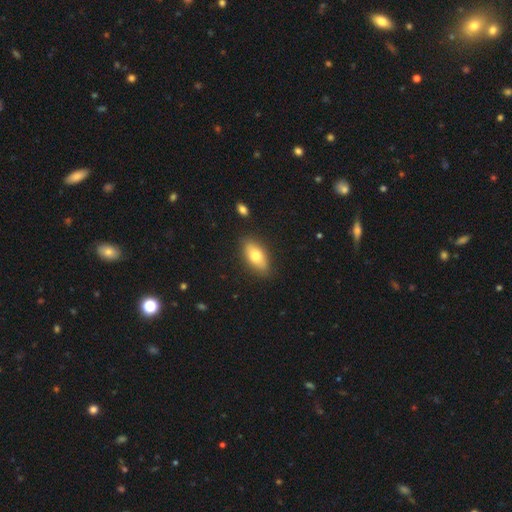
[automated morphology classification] type=smooth (73%); roundness=in between (87%); merging=none (85%).